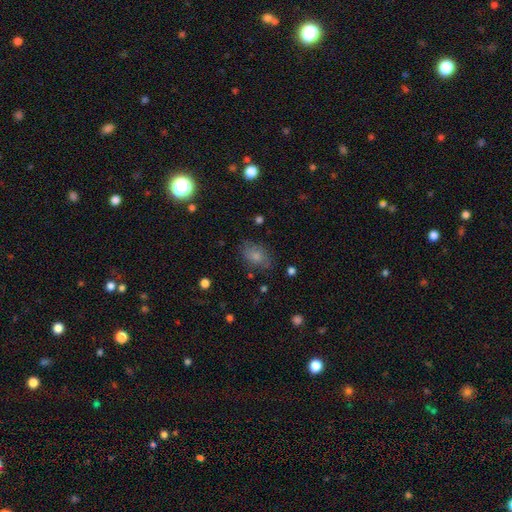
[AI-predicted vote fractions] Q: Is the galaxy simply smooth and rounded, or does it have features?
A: smooth — 76%.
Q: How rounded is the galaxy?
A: in between — 83%.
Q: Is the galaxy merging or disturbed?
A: none — 72%.